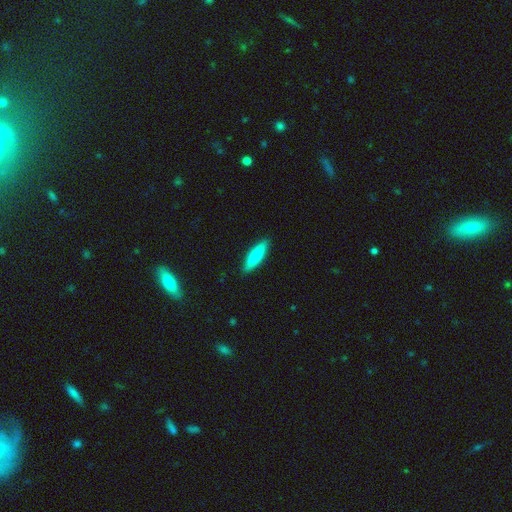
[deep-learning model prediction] Overall: smooth (77%). How rounded: cigar-shaped (75%). Merging: none (90%).